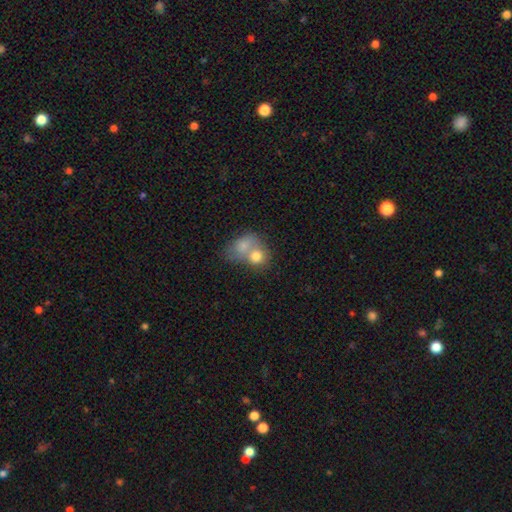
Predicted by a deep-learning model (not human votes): smooth_or_featured: smooth (p=0.75) [alt: featured or disk p=0.17]
how_rounded: round (p=0.60) [alt: in between p=0.38]
merging: merger (p=0.70) [alt: none p=0.18]